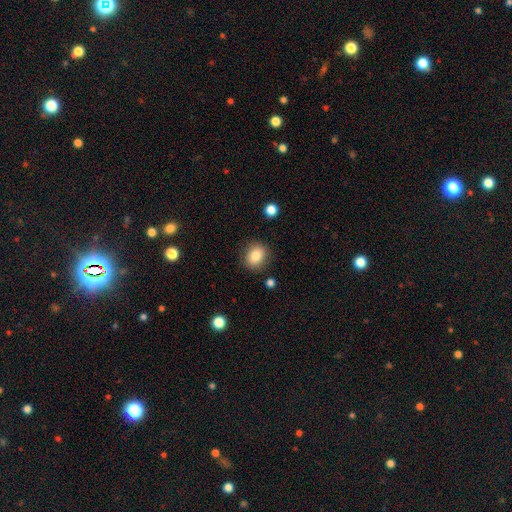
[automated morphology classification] The model was most divided on "how rounded": round: 68%, in between: 31%, cigar-shaped: 1%. More confident: merging — none (86%); smooth or featured — smooth (83%).